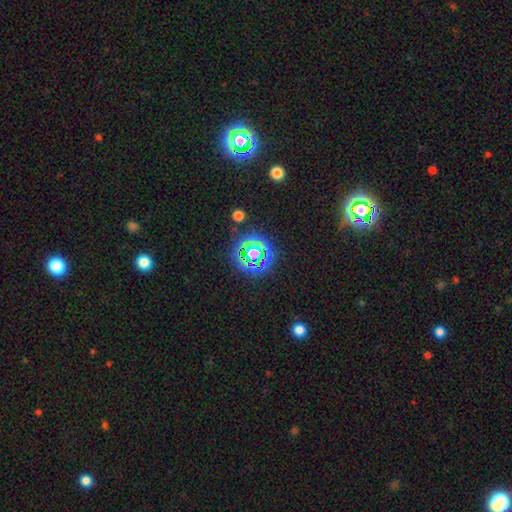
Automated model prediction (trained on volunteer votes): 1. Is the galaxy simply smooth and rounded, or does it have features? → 73% star or artifact, 18% smooth, 9% featured or disk.